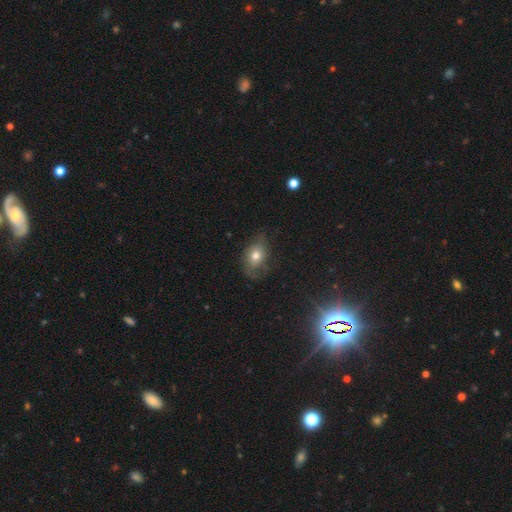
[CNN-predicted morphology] smooth 61%, featured or disk 27%, star or artifact 11%. Down the decision tree: how rounded — in between (71%); merging — none (54%).